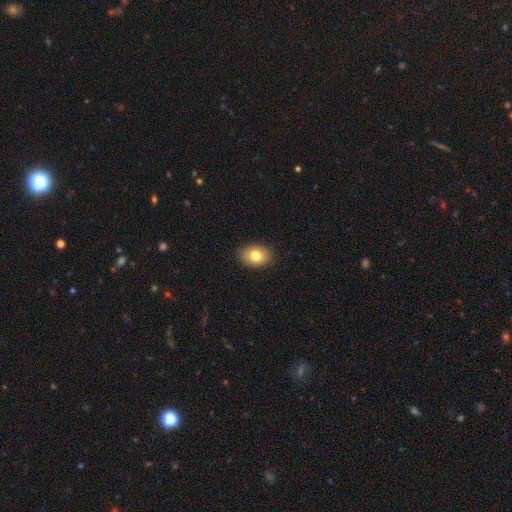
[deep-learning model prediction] A smooth galaxy with no disk features (80%) that is in between round and cigar-shaped (76%).

Vote fractions:
- Smooth or featured? smooth: 80% / featured or disk: 11% / star or artifact: 9%
- How rounded? in between: 76% / round: 23% / cigar-shaped: 1%
- Merging? none: 88% / minor disturbance: 9% / major disturbance: 2% / merger: 1%